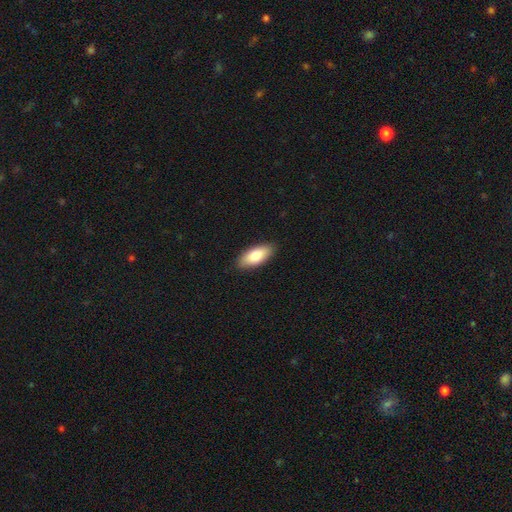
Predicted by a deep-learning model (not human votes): Morphology: type=smooth (81%); roundness=in between (85%); merging=none (89%).